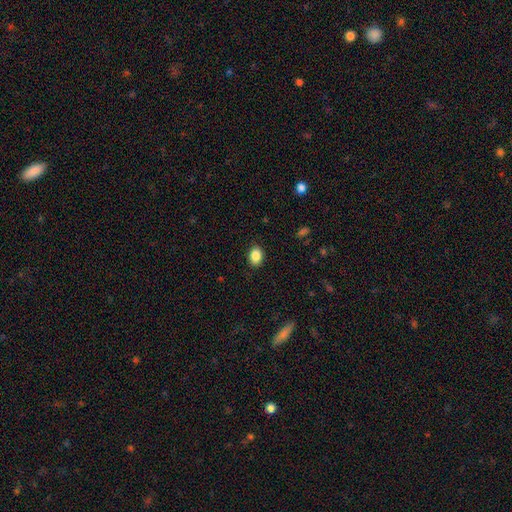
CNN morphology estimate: smooth_or_featured: smooth (p=0.87) [alt: star or artifact p=0.09]
how_rounded: in between (p=0.73) [alt: round p=0.26]
merging: none (p=0.89) [alt: minor disturbance p=0.08]